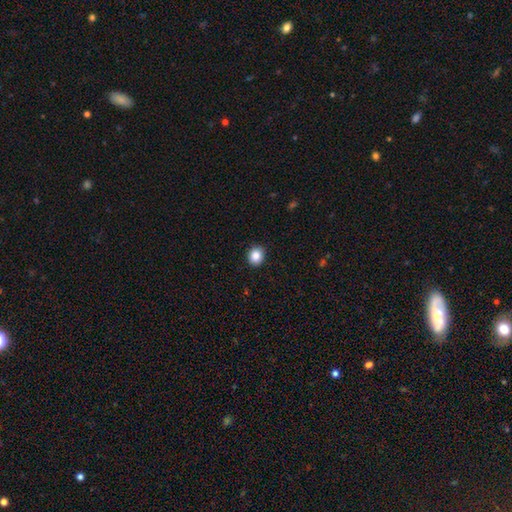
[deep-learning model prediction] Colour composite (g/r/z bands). It shows a smooth galaxy with no disk features (86%) that is round (72%). Merging: none (91%).